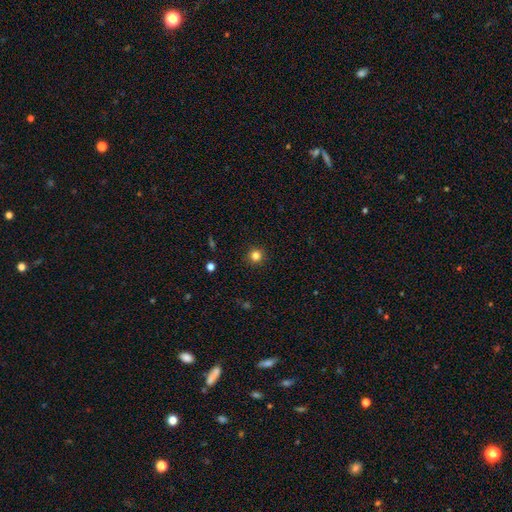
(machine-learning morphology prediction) Smooth or featured?
  - smooth: 83% *
  - star or artifact: 13%
  - featured or disk: 5%
How rounded?
  - round: 95% *
  - in between: 4%
  - cigar-shaped: 1%
Merging?
  - none: 92% *
  - minor disturbance: 5%
  - major disturbance: 2%
  - merger: 1%